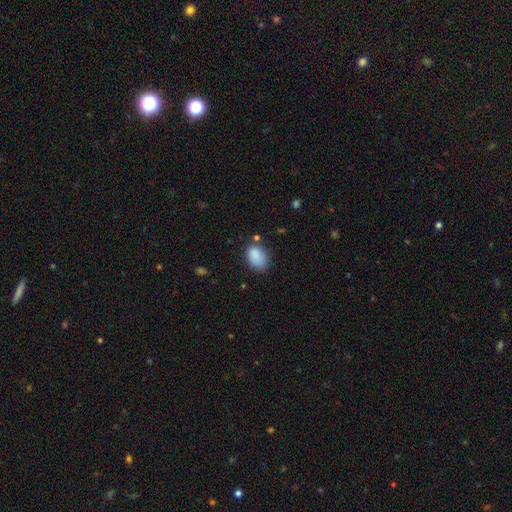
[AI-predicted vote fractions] Smooth or featured? smooth (87%)
How rounded? in between (79%)
Merging? none (68%)